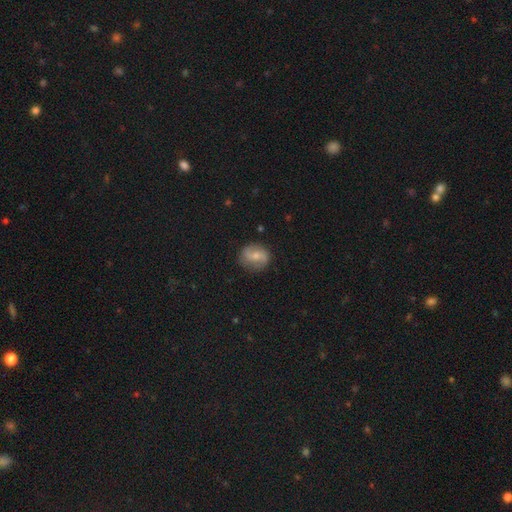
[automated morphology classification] smooth_or_featured: featured or disk (p=0.60) [alt: smooth p=0.33]
disk_edge_on: no (p=0.97) [alt: yes p=0.03]
bar: no (p=0.44) [alt: weak p=0.42]
has_spiral_arms: yes (p=0.88) [alt: no p=0.12]
spiral_winding: loose (p=0.42) [alt: medium p=0.40]
spiral_arm_count: 2 (p=0.88) [alt: can't tell p=0.06]
bulge_size: moderate (p=0.48) [alt: small p=0.43]
merging: none (p=0.80) [alt: minor disturbance p=0.15]